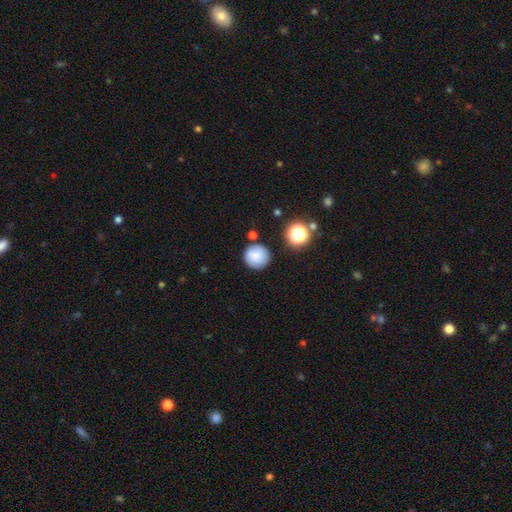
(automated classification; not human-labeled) Smooth or featured? smooth (80%)
How rounded? round (94%)
Merging? none (81%)